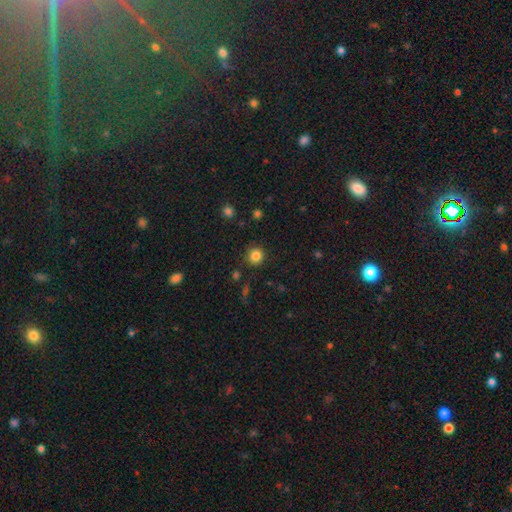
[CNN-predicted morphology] The model was most divided on "smooth or featured": smooth: 84%, star or artifact: 12%, featured or disk: 4%. More confident: how rounded — round (92%); merging — none (88%).